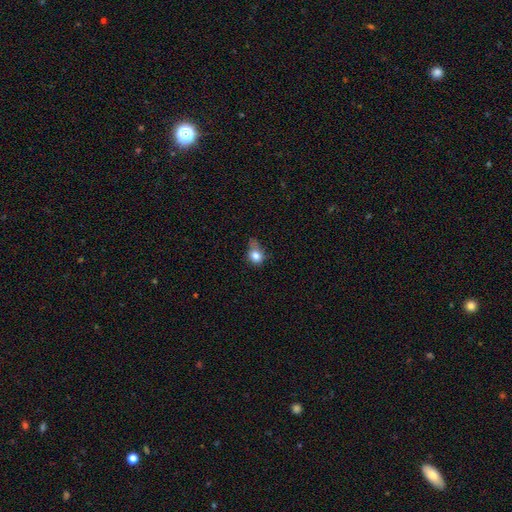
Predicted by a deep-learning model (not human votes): Smooth or featured: smooth — 79% (featured or disk — 11%)
How rounded: round — 52% (in between — 46%)
Merging: minor disturbance — 42% (none — 32%)